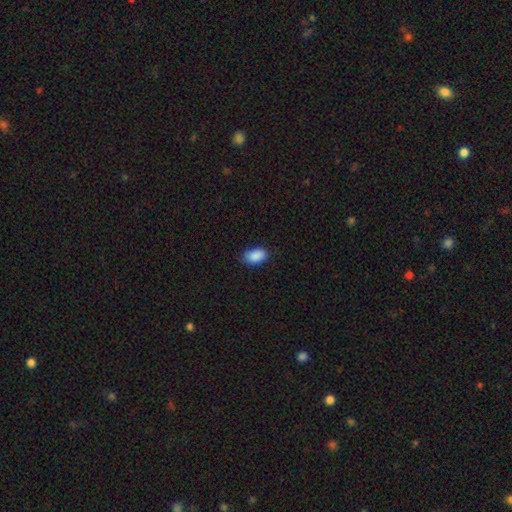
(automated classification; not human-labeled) Smooth or featured? Predicted: smooth (p=0.90). How rounded? Predicted: in between (p=0.92). Merging? Predicted: none (p=0.82).